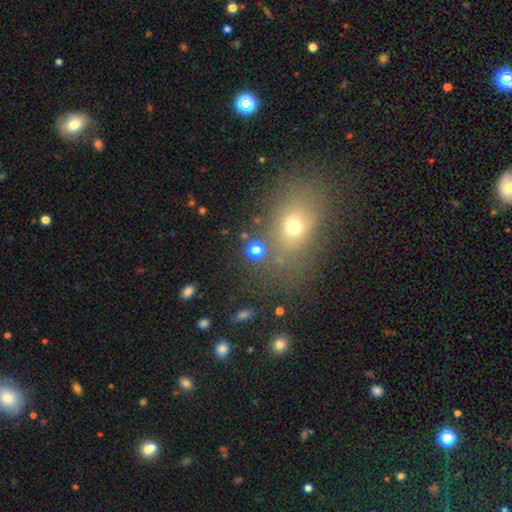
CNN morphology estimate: A smooth galaxy with no disk features (59%) that is in between round and cigar-shaped (61%). Merging: none (74%).